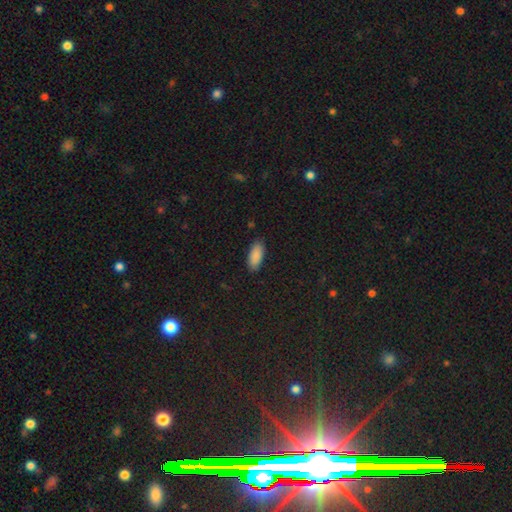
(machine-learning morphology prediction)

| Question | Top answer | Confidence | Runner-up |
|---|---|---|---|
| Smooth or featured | smooth | 90% | star or artifact (7%) |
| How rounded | in between | 86% | cigar-shaped (12%) |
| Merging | none | 87% | minor disturbance (9%) |